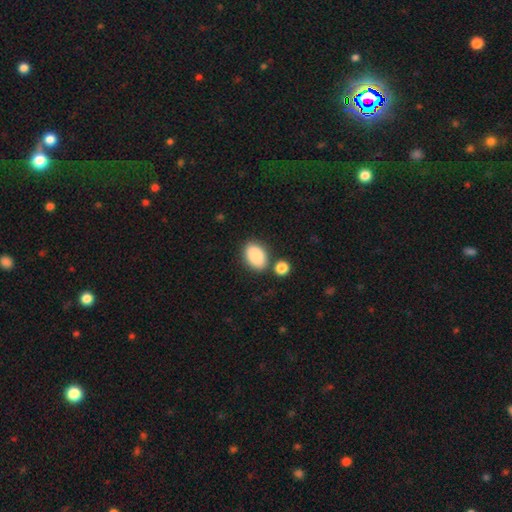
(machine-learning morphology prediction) A smooth galaxy with no disk features (88%) that is in between round and cigar-shaped (89%). Merging: none (74%).